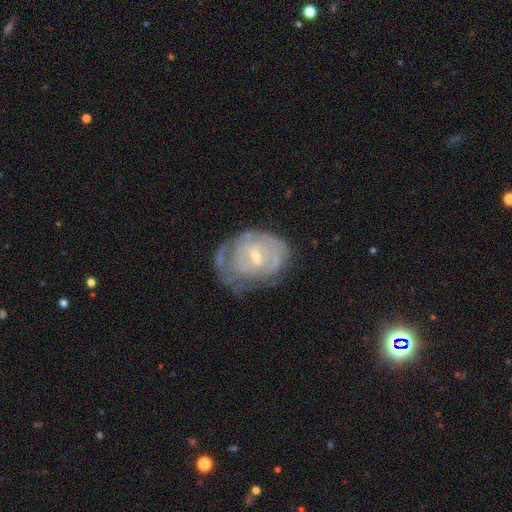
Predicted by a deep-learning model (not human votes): smooth_or_featured: featured or disk (p=0.74) [alt: smooth p=0.20]
disk_edge_on: no (p=0.97) [alt: yes p=0.03]
bar: weak (p=0.54) [alt: no p=0.35]
has_spiral_arms: yes (p=0.76) [alt: no p=0.24]
spiral_winding: tight (p=0.63) [alt: medium p=0.27]
spiral_arm_count: can't tell (p=0.53) [alt: 2 p=0.24]
bulge_size: small (p=0.61) [alt: moderate p=0.34]
merging: none (p=0.45) [alt: minor disturbance p=0.30]